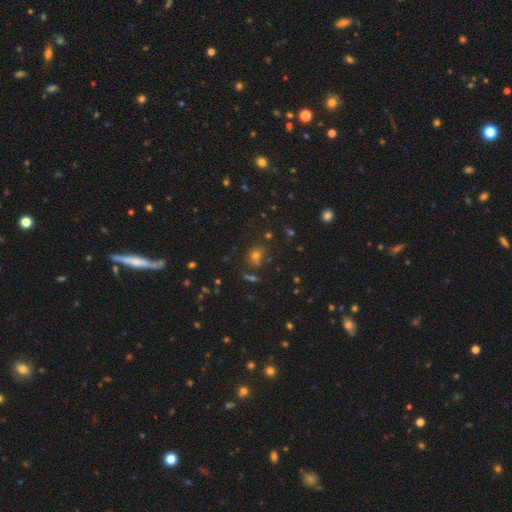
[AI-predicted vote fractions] Smooth or featured? smooth (60%)
How rounded? round (59%)
Merging? none (68%)